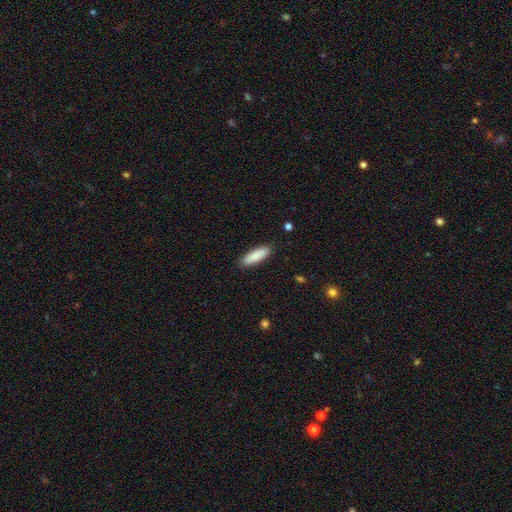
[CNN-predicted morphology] This appears to be a smooth galaxy with no disk features (88%) that is cigar-shaped (57%). Merging: none (89%).